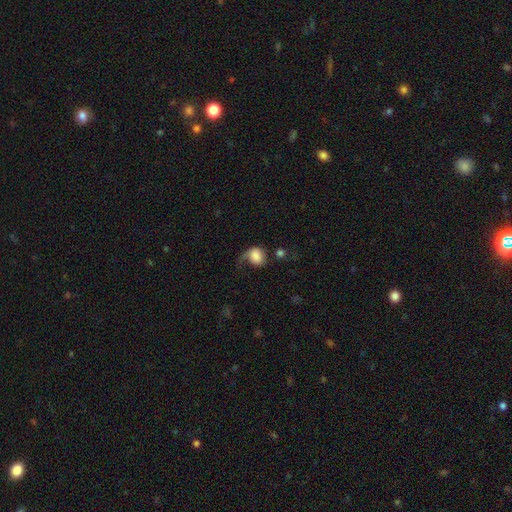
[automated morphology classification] type=smooth (69%); roundness=round (54%); merging=major disturbance (41%).